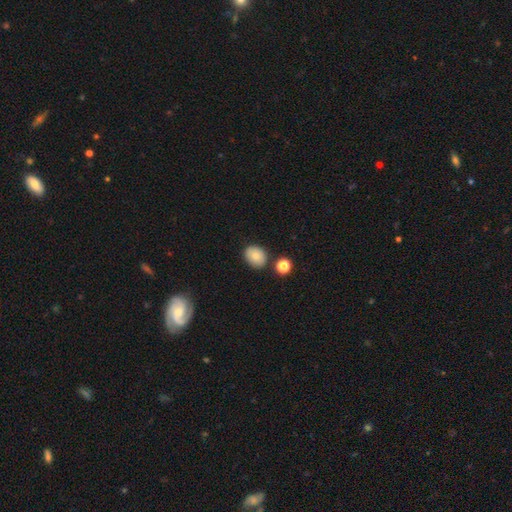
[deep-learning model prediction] Smooth or featured? smooth (81%)
How rounded? in between (51%)
Merging? none (80%)